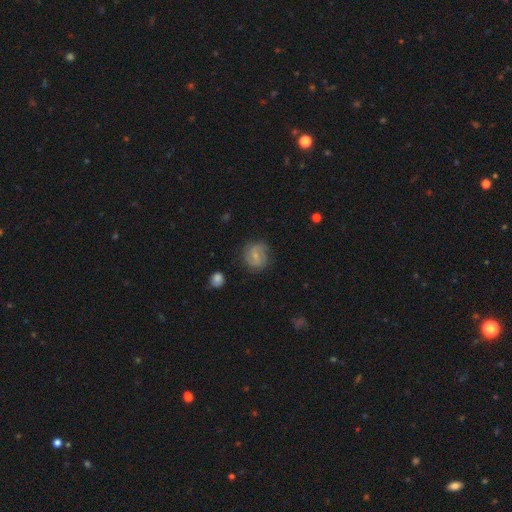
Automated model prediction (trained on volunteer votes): Q: Smooth or featured?
A: featured or disk (65%); runner-up: smooth (28%)
Q: Edge-on disk?
A: no (98%); runner-up: yes (2%)
Q: Bar?
A: weak (53%); runner-up: no (34%)
Q: Spiral arms?
A: yes (91%); runner-up: no (9%)
Q: Spiral winding?
A: medium (47%); runner-up: tight (31%)
Q: Spiral arm count?
A: 2 (76%); runner-up: can't tell (12%)
Q: Bulge size?
A: small (64%); runner-up: moderate (24%)
Q: Merging?
A: none (76%); runner-up: minor disturbance (17%)